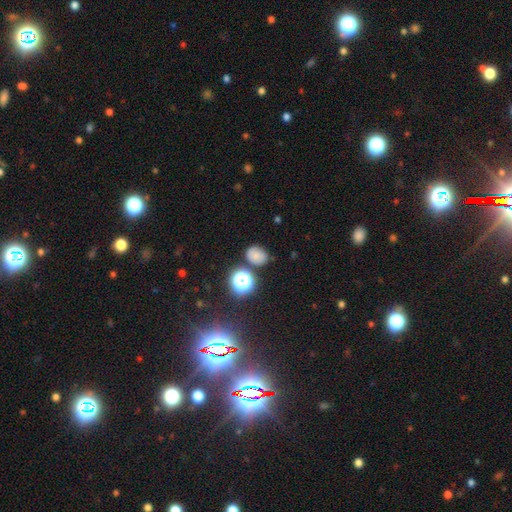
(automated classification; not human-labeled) Overall: smooth (70%). How rounded: round (51%; in between 48%). Merging: none (73%).